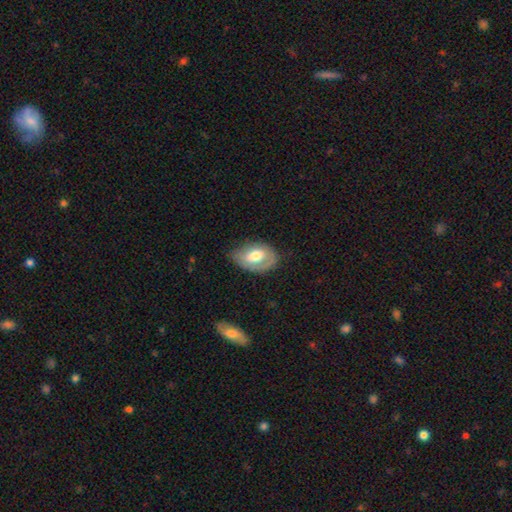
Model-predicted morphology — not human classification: Q: Smooth or featured?
A: smooth (57%); runner-up: featured or disk (37%)
Q: How rounded?
A: in between (85%); runner-up: round (14%)
Q: Merging?
A: none (57%); runner-up: minor disturbance (31%)